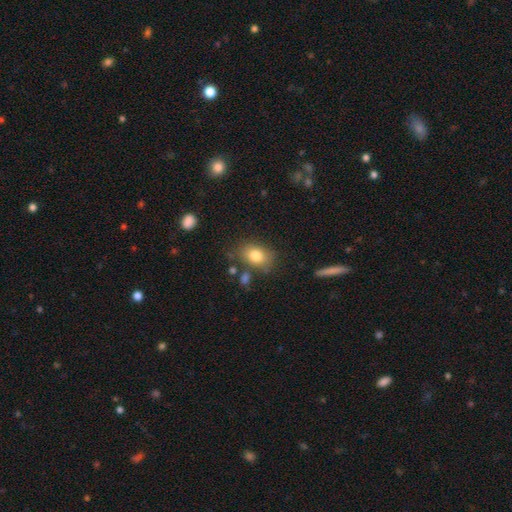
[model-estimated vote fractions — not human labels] smooth-or-featured: smooth: 80% | featured or disk: 11% | star or artifact: 9%
  how-rounded: in between: 76% | round: 23% | cigar-shaped: 1%
  merging: none: 74% | minor disturbance: 16% | merger: 5% | major disturbance: 5%